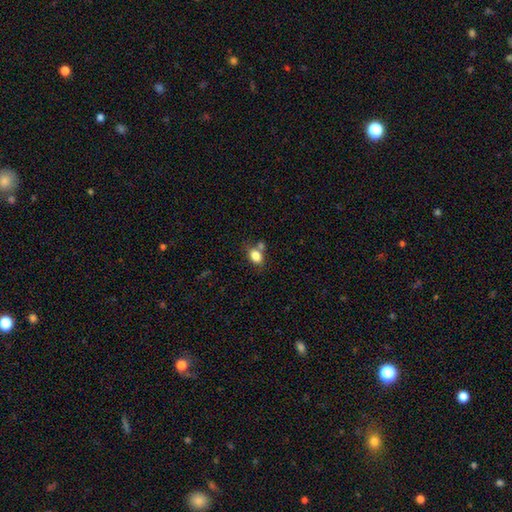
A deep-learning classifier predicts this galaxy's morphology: This appears to be a smooth galaxy with no disk features (83%) that is in between round and cigar-shaped (79%). Merging: none (56%).